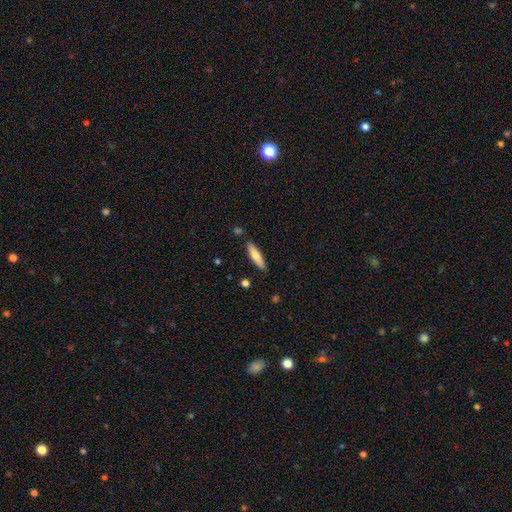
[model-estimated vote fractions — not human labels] A smooth galaxy with no disk features (70%) that is cigar-shaped (73%).

Vote fractions:
- Smooth or featured? smooth: 70% / featured or disk: 25% / star or artifact: 6%
- How rounded? cigar-shaped: 73% / in between: 25% / round: 2%
- Merging? none: 86% / minor disturbance: 9% / merger: 2% / major disturbance: 2%